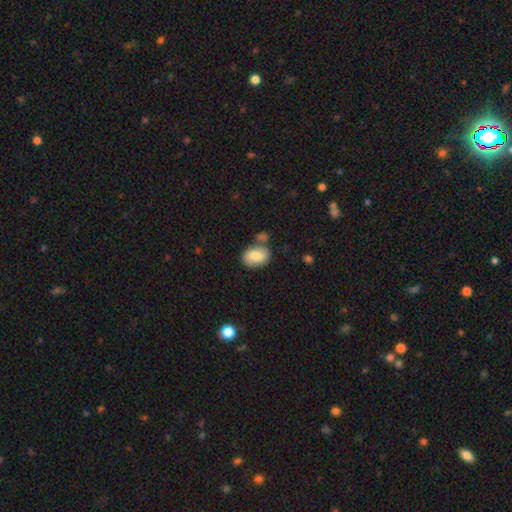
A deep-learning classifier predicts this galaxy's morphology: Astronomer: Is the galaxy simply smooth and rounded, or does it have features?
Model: smooth — 80%.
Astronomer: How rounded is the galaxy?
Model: in between — 80%.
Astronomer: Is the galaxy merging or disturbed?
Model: none — 62%.